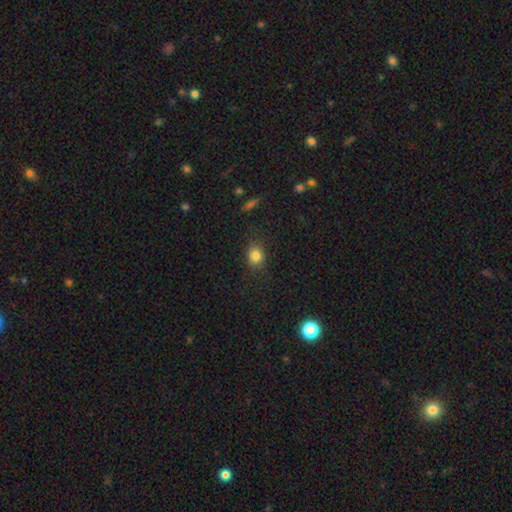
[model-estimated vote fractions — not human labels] smooth_or_featured: smooth (p=0.81) [alt: star or artifact p=0.13]
how_rounded: round (p=0.64) [alt: in between p=0.35]
merging: none (p=0.77) [alt: minor disturbance p=0.16]